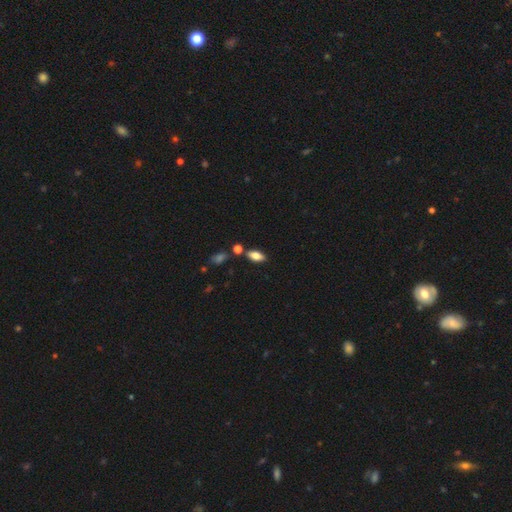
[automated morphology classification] Smooth or featured?
  - smooth: 79% *
  - featured or disk: 13%
  - star or artifact: 8%
How rounded?
  - in between: 88% *
  - cigar-shaped: 9%
  - round: 3%
Merging?
  - none: 76% *
  - minor disturbance: 11%
  - merger: 10%
  - major disturbance: 3%